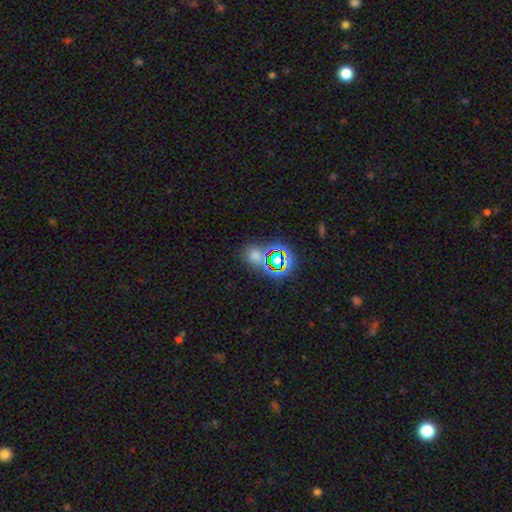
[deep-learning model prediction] A smooth galaxy with no disk features (48%). Merging: none (61%).